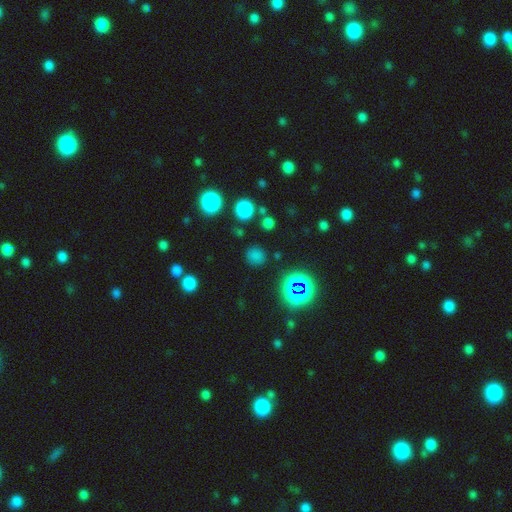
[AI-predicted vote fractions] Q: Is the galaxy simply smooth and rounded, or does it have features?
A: smooth — 64%.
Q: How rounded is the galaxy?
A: round — 83%.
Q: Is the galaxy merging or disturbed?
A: none — 83%.